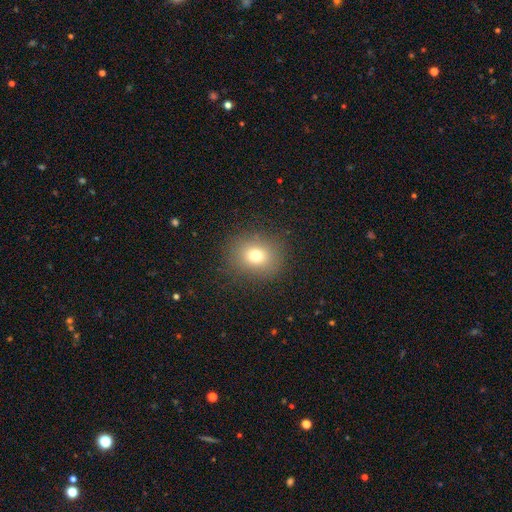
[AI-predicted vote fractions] Q: Smooth or featured?
A: smooth (74%); runner-up: star or artifact (15%)
Q: How rounded?
A: round (68%); runner-up: in between (31%)
Q: Merging?
A: none (86%); runner-up: minor disturbance (9%)